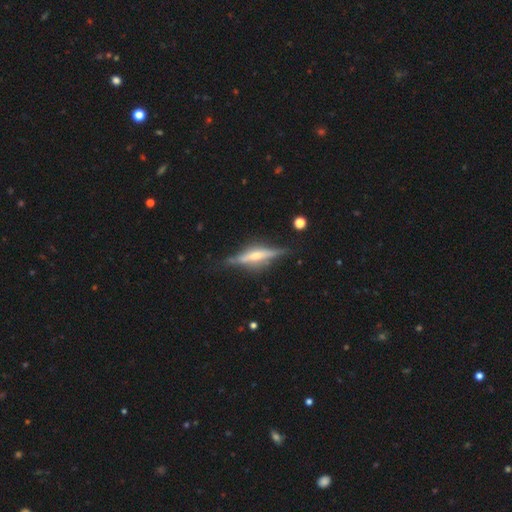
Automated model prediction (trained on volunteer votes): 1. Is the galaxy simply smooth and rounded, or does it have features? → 77% featured or disk, 16% smooth, 7% star or artifact.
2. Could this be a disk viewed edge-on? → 96% yes, 4% no.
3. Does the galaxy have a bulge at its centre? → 80% rounded, 12% boxy, 8% none.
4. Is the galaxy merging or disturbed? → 82% none, 13% minor disturbance, 3% major disturbance, 2% merger.